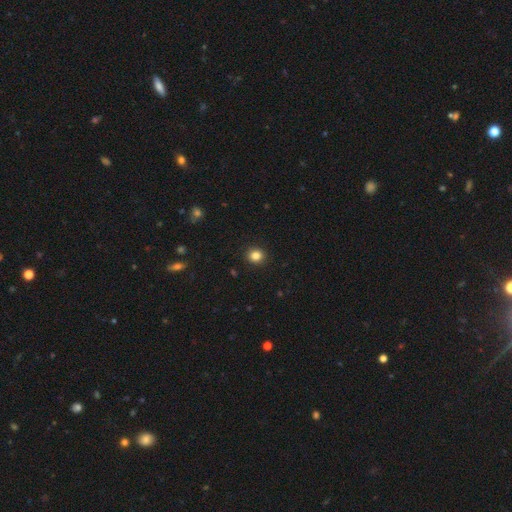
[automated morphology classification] Smooth or featured?
  - smooth: 84% *
  - star or artifact: 11%
  - featured or disk: 4%
How rounded?
  - round: 82% *
  - in between: 17%
  - cigar-shaped: 1%
Merging?
  - none: 92% *
  - minor disturbance: 5%
  - major disturbance: 2%
  - merger: 1%